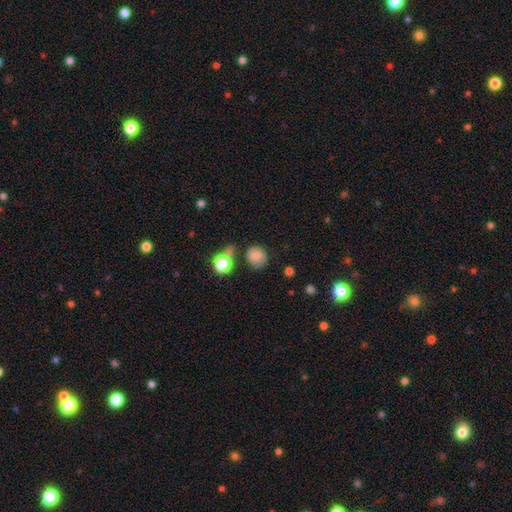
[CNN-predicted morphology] smooth-or-featured: smooth: 71% | featured or disk: 17% | star or artifact: 12%
  how-rounded: round: 80% | in between: 19% | cigar-shaped: 1%
  merging: none: 64% | minor disturbance: 21% | major disturbance: 8% | merger: 7%